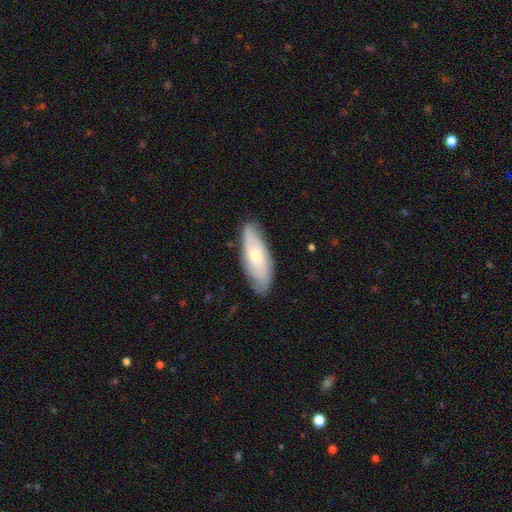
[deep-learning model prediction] Overall: smooth (47%, tied with featured or disk). Merging: none (79%).